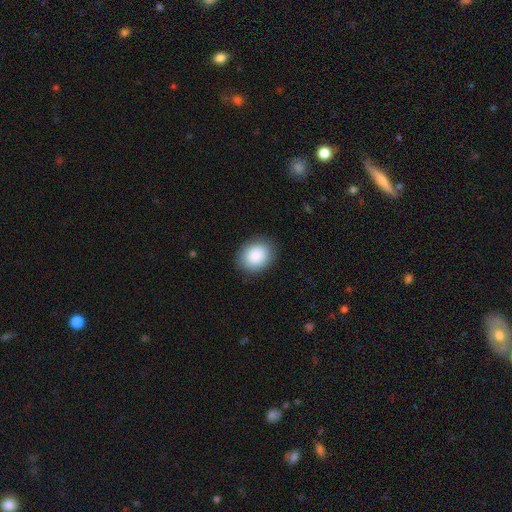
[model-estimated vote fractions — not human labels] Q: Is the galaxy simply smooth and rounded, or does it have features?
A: smooth — 89%.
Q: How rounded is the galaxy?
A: round — 52%.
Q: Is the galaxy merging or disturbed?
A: none — 87%.